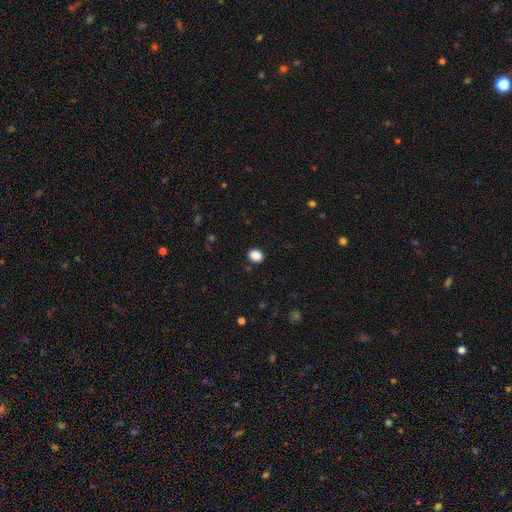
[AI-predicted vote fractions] This is clearly a smooth galaxy (88%). How rounded: possibly round (53%). Merging: clearly none (89%).